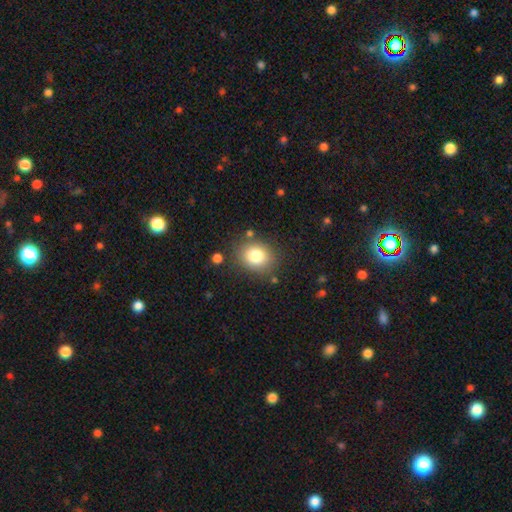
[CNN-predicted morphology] smooth 80%, star or artifact 11%, featured or disk 9%. Down the decision tree: how rounded — round (66%); merging — none (82%).